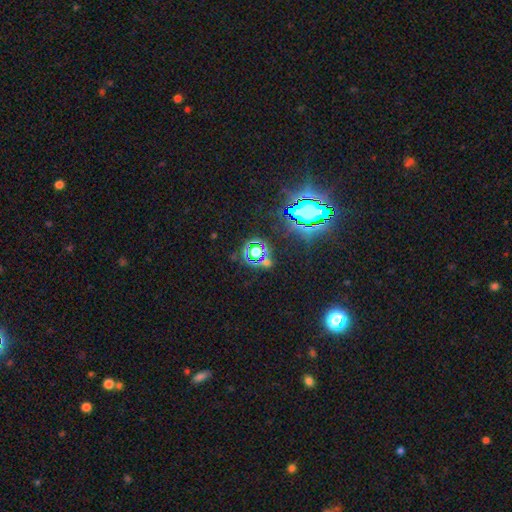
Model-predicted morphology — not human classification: Smooth or featured? Predicted: star or artifact (p=0.64).